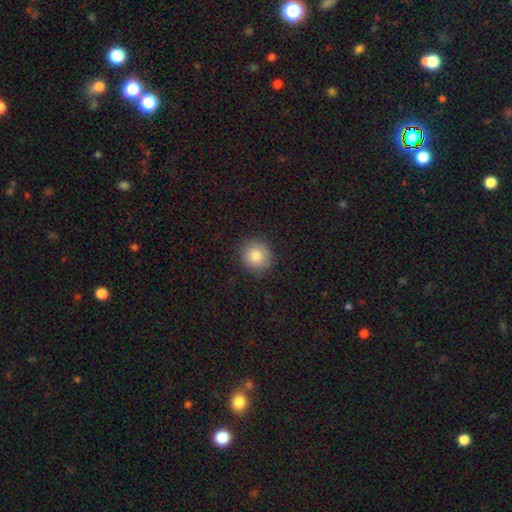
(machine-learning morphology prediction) Smooth or featured?
  - smooth: 85% *
  - star or artifact: 9%
  - featured or disk: 6%
How rounded?
  - round: 90% *
  - in between: 9%
  - cigar-shaped: 1%
Merging?
  - none: 88% *
  - minor disturbance: 9%
  - major disturbance: 2%
  - merger: 1%